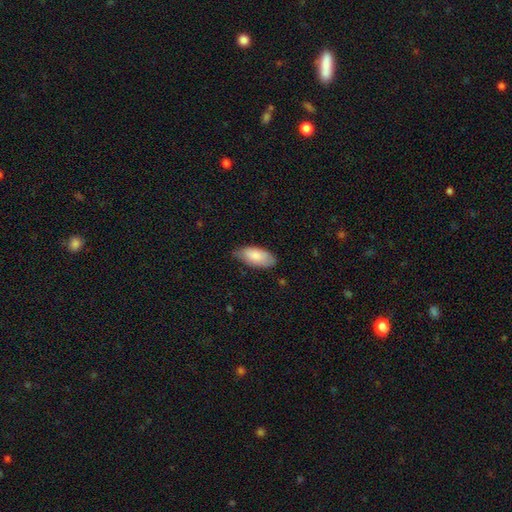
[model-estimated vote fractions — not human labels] A smooth galaxy with no disk features (83%) that is in between round and cigar-shaped (91%). Merging: none (71%).